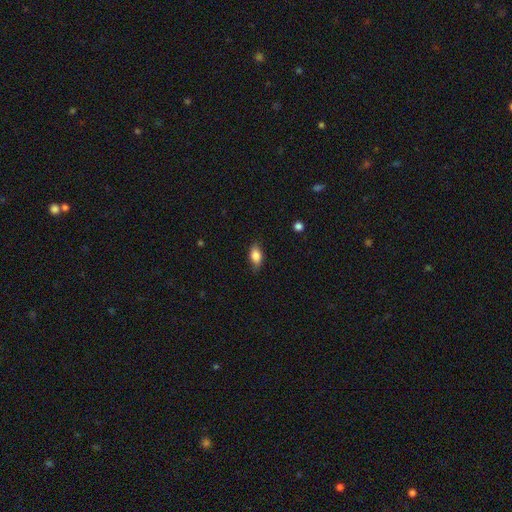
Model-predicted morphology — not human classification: smooth_or_featured: smooth (p=0.81) [alt: featured or disk p=0.11]
how_rounded: in between (p=0.86) [alt: round p=0.08]
merging: none (p=0.76) [alt: minor disturbance p=0.19]